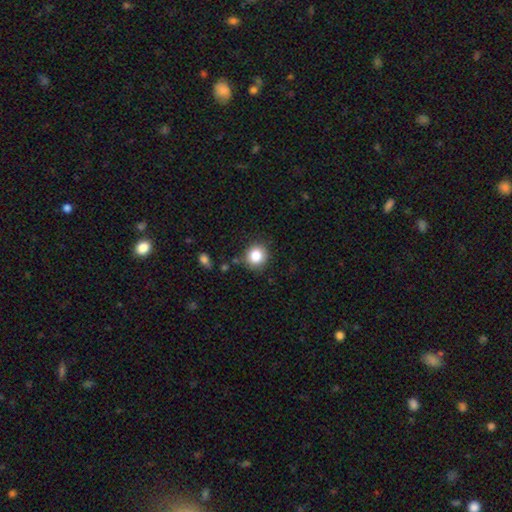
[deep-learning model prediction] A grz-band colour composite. It shows a smooth galaxy with no disk features (83%) that is round (87%). Merging: none (84%).